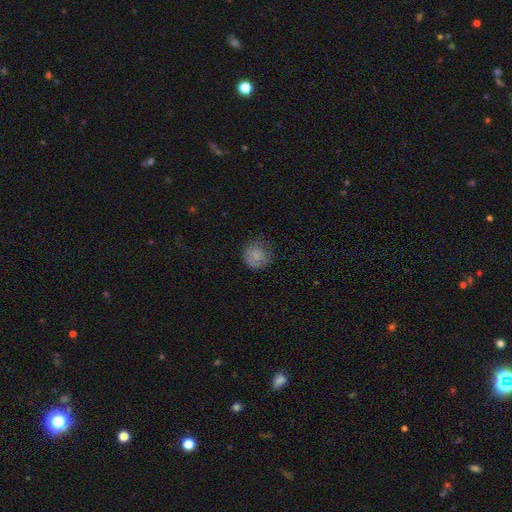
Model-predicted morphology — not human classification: Smooth or featured: smooth — 79% (featured or disk — 11%)
How rounded: round — 90% (in between — 9%)
Merging: none — 73% (minor disturbance — 20%)